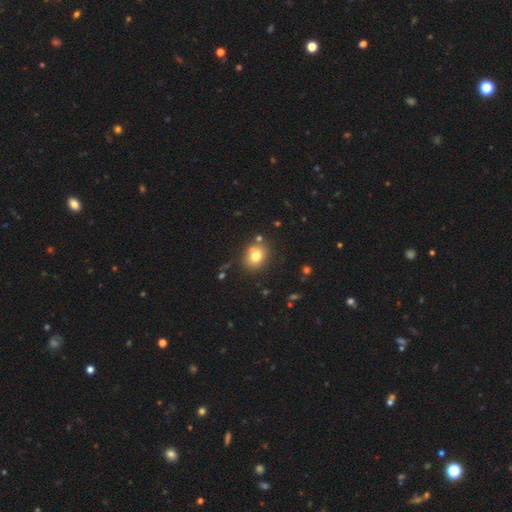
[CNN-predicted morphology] Overall: smooth (77%). How rounded: round (60%; in between 39%). Merging: none (78%).